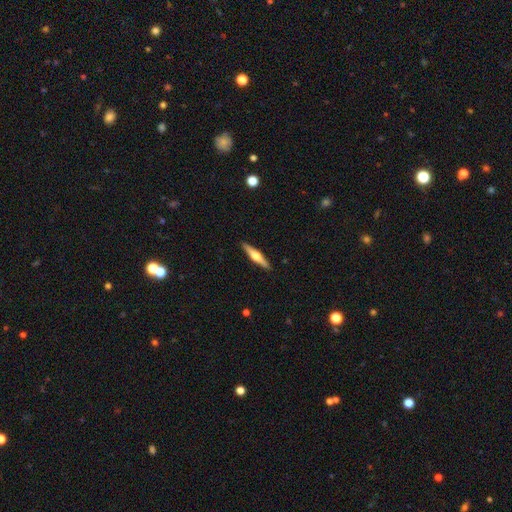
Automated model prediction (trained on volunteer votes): The model was most divided on "smooth or featured": featured or disk: 67%, smooth: 28%, star or artifact: 5%. More confident: edge-on disk — yes (98%); edge-on bulge — rounded (91%); merging — none (91%).